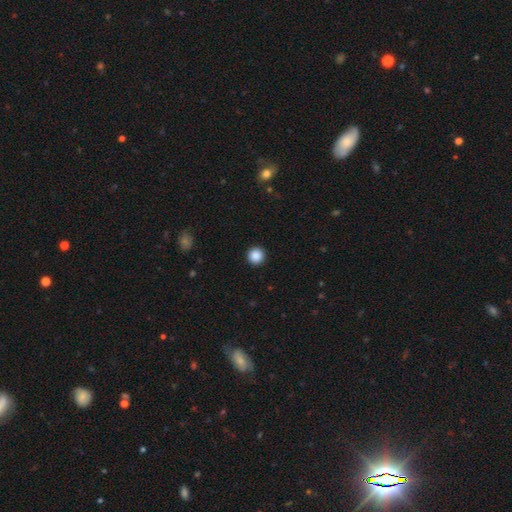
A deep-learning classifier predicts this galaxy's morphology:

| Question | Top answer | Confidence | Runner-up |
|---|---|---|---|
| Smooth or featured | smooth | 88% | star or artifact (9%) |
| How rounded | round | 96% | in between (3%) |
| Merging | none | 93% | minor disturbance (4%) |